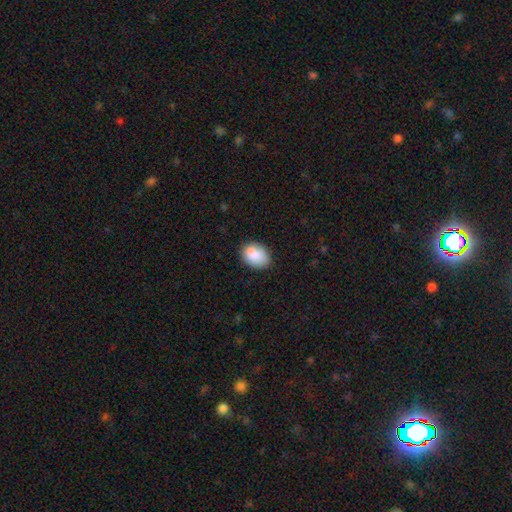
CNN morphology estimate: Smooth or featured?
  - smooth: 85% *
  - star or artifact: 8%
  - featured or disk: 7%
How rounded?
  - in between: 72% *
  - round: 27%
  - cigar-shaped: 1%
Merging?
  - none: 70% *
  - minor disturbance: 20%
  - merger: 5%
  - major disturbance: 4%